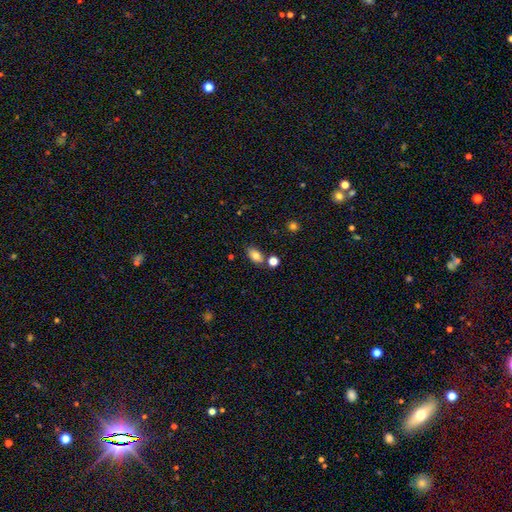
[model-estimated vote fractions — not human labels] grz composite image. It shows a smooth galaxy with no disk features (81%) that is in between round and cigar-shaped (88%). Merging: none (73%).